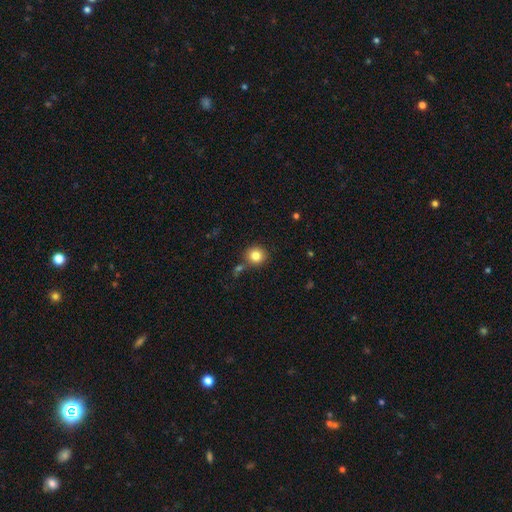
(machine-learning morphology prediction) Overall: smooth (84%). How rounded: round (92%). Merging: none (78%).